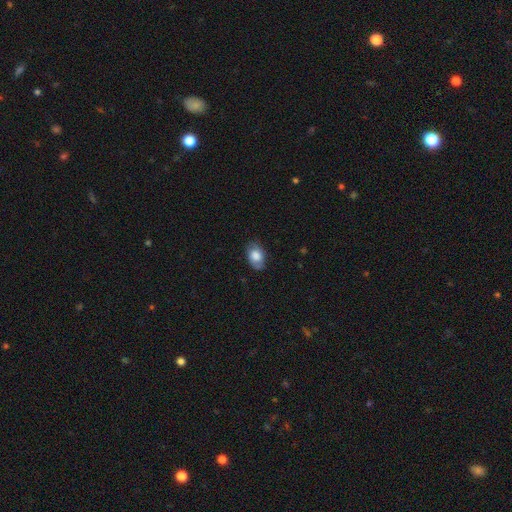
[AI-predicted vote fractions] Smooth or featured? smooth (71%)
How rounded? in between (87%)
Merging? none (74%)